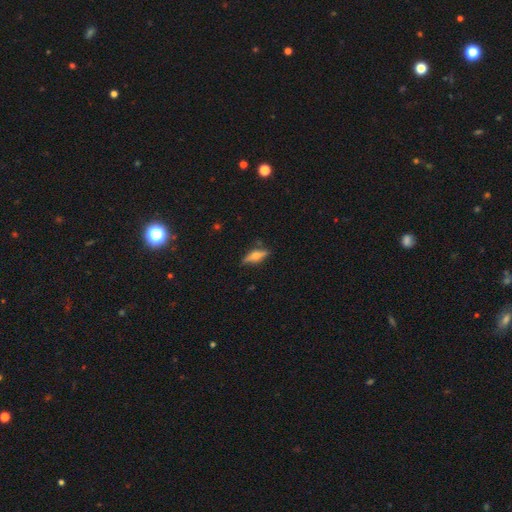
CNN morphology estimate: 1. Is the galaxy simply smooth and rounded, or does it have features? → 50% featured or disk, 42% smooth, 7% star or artifact.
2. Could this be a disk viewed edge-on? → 92% yes, 8% no.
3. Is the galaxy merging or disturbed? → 78% none, 16% minor disturbance, 3% major disturbance, 2% merger.